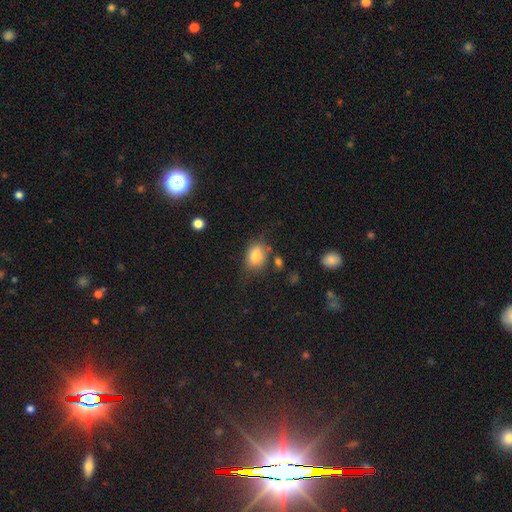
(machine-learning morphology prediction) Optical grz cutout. It shows a smooth galaxy with no disk features (81%) that is in between round and cigar-shaped (76%). Merging: none (67%).